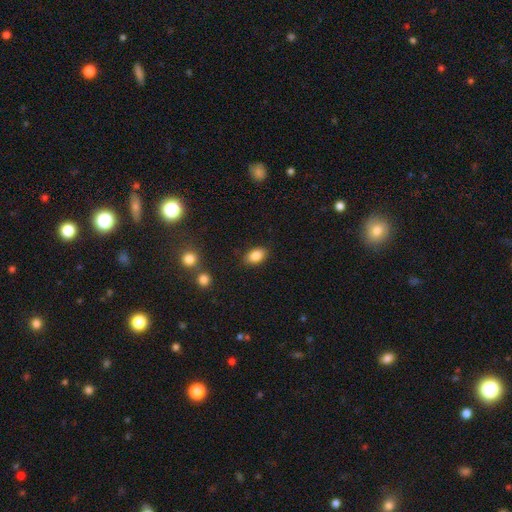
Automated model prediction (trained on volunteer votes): Morphology: type=smooth (86%); roundness=in between (88%); merging=none (85%).